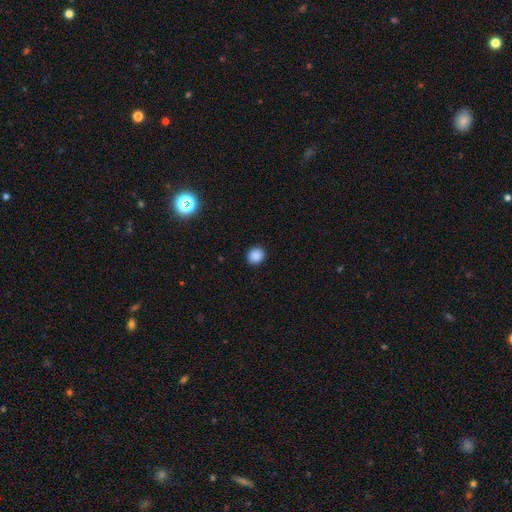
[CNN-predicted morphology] This appears to be a smooth galaxy with no disk features (87%) that is round (84%). Merging: none (92%).